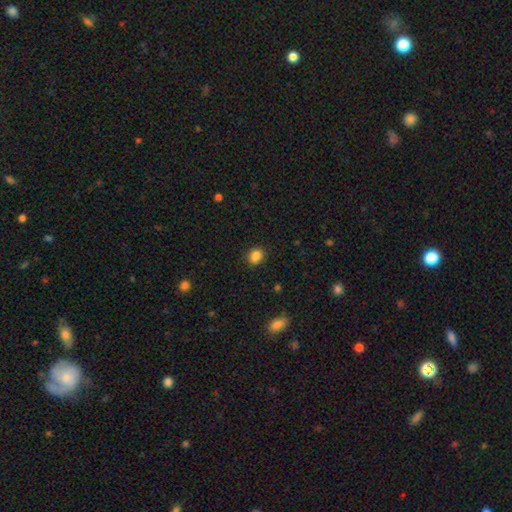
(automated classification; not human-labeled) A smooth galaxy with no disk features (84%) that is round (58%).

Vote fractions:
- Smooth or featured? smooth: 84% / star or artifact: 11% / featured or disk: 4%
- How rounded? round: 58% / in between: 41% / cigar-shaped: 1%
- Merging? none: 79% / minor disturbance: 15% / major disturbance: 3% / merger: 3%